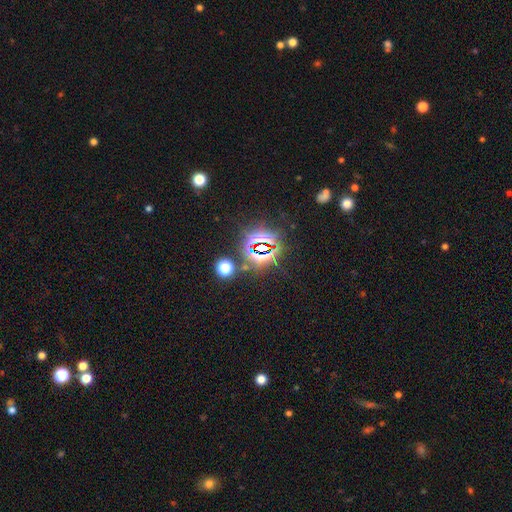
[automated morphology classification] Overall: star or artifact (80%).